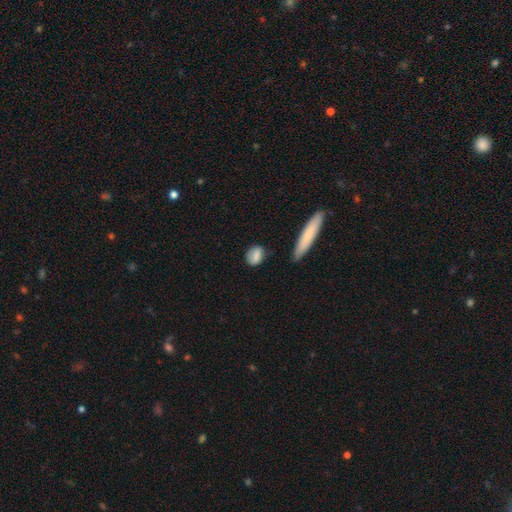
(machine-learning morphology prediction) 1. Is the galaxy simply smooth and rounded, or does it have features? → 81% smooth, 12% featured or disk, 7% star or artifact.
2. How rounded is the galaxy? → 57% in between, 36% round, 7% cigar-shaped.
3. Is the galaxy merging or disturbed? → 75% none, 18% minor disturbance, 4% major disturbance, 3% merger.